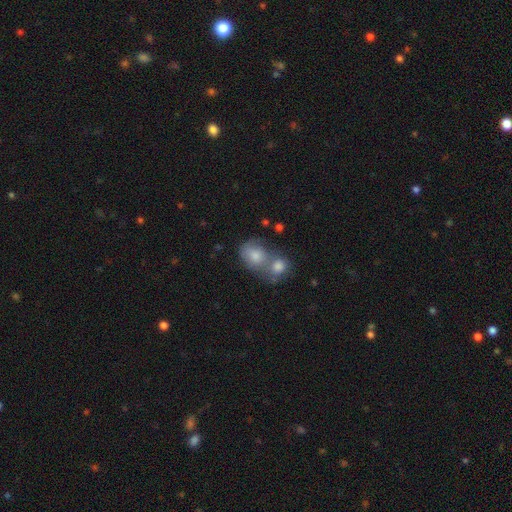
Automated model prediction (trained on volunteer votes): This is likely a smooth galaxy (61%). How rounded: possibly round (55%). Merging: possibly merger (56%).